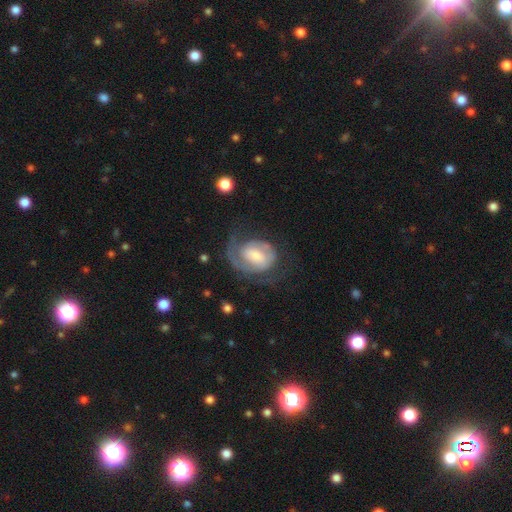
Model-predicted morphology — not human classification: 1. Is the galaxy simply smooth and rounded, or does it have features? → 77% featured or disk, 18% smooth, 5% star or artifact.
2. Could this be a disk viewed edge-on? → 97% no, 3% yes.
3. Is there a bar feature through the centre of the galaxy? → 46% weak, 38% no, 16% strong.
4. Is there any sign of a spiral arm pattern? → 90% yes, 10% no.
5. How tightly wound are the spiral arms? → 44% tight, 39% medium, 17% loose.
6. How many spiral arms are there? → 55% 2, 25% 1, 14% can't tell, 3% 3, 1% 4, 1% more than 4.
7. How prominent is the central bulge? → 40% moderate, 39% small, 13% large, 6% none, 2% dominant.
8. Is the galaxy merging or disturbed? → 52% none, 26% major disturbance, 19% minor disturbance, 2% merger.